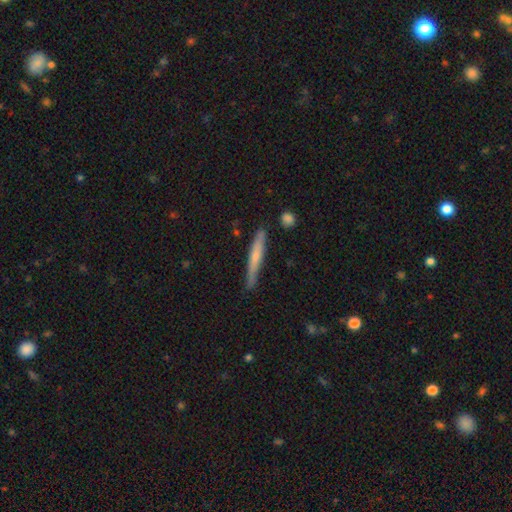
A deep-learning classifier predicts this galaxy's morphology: smooth-or-featured: smooth: 54% | featured or disk: 41% | star or artifact: 6%
  how-rounded: cigar-shaped: 95% | in between: 4% | round: 1%
  merging: none: 81% | minor disturbance: 14% | merger: 3% | major disturbance: 2%